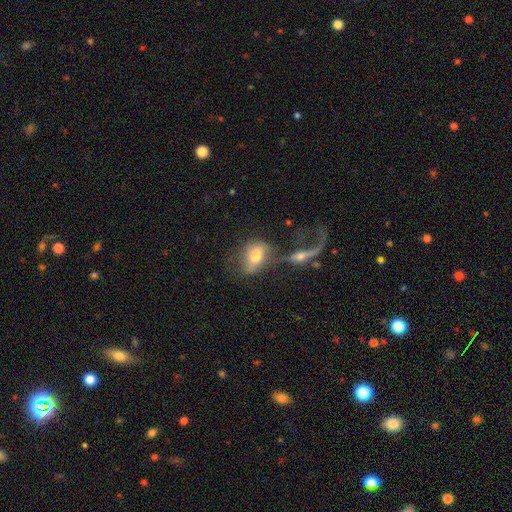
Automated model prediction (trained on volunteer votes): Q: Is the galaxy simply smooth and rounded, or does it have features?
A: smooth — 57%.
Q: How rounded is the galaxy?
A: in between — 72%.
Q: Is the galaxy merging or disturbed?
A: merger — 42%.